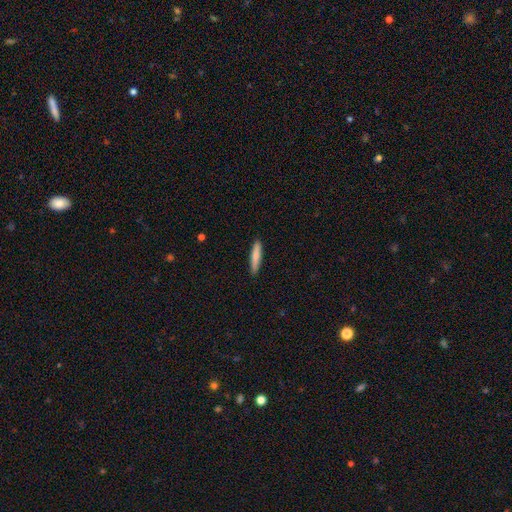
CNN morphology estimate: This is clearly a smooth galaxy (81%). How rounded: clearly cigar-shaped (89%). Merging: clearly none (90%).